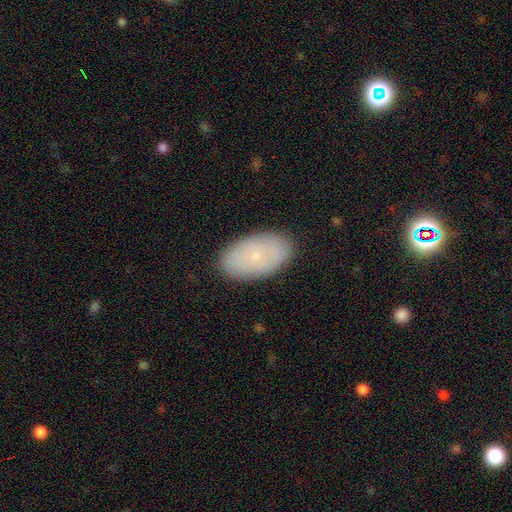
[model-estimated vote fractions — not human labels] Smooth or featured?
  - smooth: 73% *
  - featured or disk: 19%
  - star or artifact: 8%
How rounded?
  - in between: 95% *
  - round: 4%
  - cigar-shaped: 2%
Merging?
  - none: 87% *
  - minor disturbance: 10%
  - major disturbance: 2%
  - merger: 1%